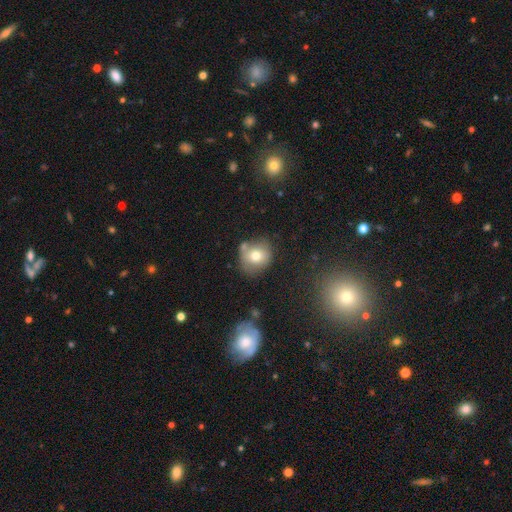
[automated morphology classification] Smooth or featured?
  - smooth: 72% *
  - featured or disk: 17%
  - star or artifact: 11%
How rounded?
  - round: 75% *
  - in between: 24%
  - cigar-shaped: 1%
Merging?
  - none: 59% *
  - minor disturbance: 20%
  - merger: 14%
  - major disturbance: 6%